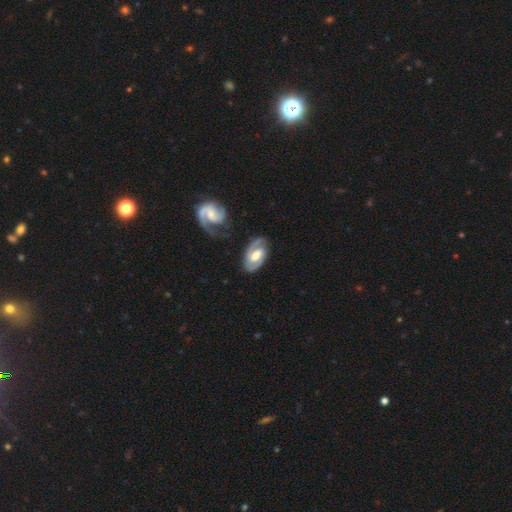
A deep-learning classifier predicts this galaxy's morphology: Q: Smooth or featured?
A: featured or disk (80%); runner-up: smooth (16%)
Q: Edge-on disk?
A: no (96%); runner-up: yes (4%)
Q: Bar?
A: weak (48%); runner-up: no (29%)
Q: Spiral arms?
A: yes (92%); runner-up: no (8%)
Q: Spiral winding?
A: medium (44%); tied with: tight (44%)
Q: Spiral arm count?
A: 2 (85%); runner-up: can't tell (7%)
Q: Bulge size?
A: moderate (63%); runner-up: large (18%)
Q: Merging?
A: none (73%); runner-up: minor disturbance (16%)